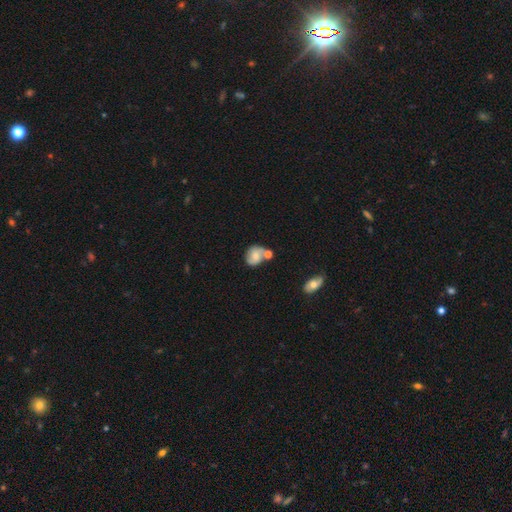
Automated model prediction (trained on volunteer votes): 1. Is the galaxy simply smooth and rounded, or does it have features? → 48% smooth, 44% featured or disk, 8% star or artifact.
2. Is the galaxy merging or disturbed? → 46% none, 29% merger, 19% minor disturbance, 6% major disturbance.